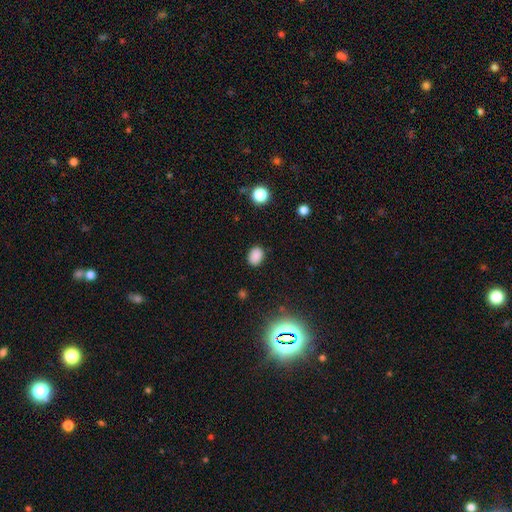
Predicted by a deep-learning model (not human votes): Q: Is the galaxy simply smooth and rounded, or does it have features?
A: smooth — 84%.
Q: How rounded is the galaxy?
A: in between — 74%.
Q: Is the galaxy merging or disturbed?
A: none — 86%.